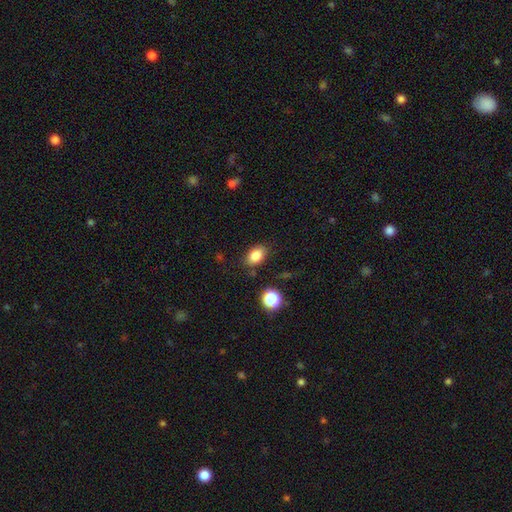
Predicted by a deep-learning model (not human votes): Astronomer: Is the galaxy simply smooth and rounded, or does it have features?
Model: smooth — 83%.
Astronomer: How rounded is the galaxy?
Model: in between — 82%.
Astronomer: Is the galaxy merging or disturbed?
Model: none — 82%.